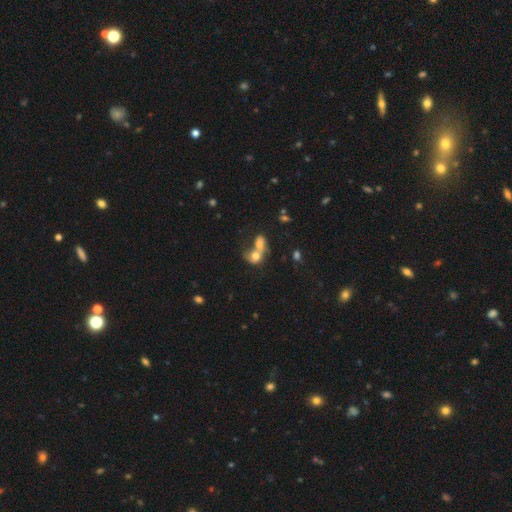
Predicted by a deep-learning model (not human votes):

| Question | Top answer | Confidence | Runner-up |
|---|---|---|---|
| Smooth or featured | smooth | 69% | featured or disk (20%) |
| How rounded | round | 49% | tied: in between (49%) |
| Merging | merger | 75% | none (14%) |